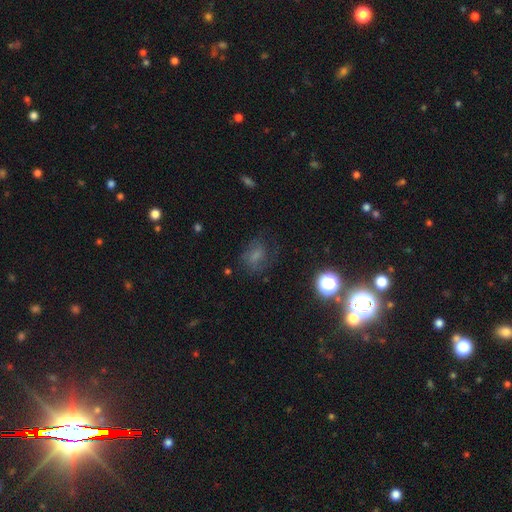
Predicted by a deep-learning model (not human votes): Morphology: type=smooth (48%); merging=none (58%).